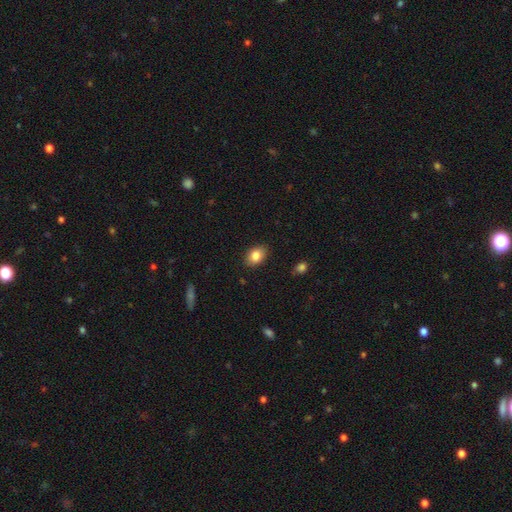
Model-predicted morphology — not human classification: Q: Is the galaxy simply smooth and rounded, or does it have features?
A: smooth — 84%.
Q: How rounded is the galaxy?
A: in between — 80%.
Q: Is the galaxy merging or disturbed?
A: none — 88%.